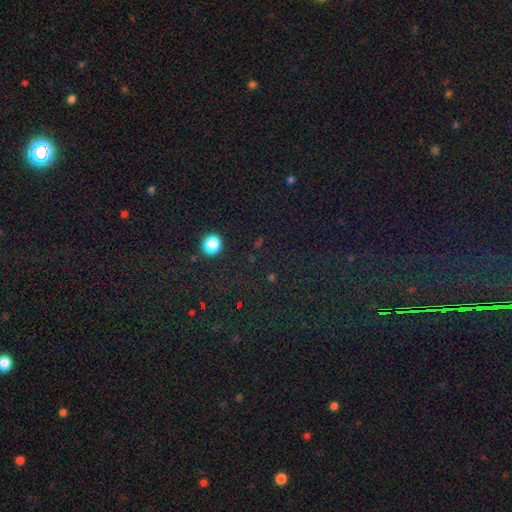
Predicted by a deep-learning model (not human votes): Smooth or featured?
  - star or artifact: 77% *
  - smooth: 15%
  - featured or disk: 9%